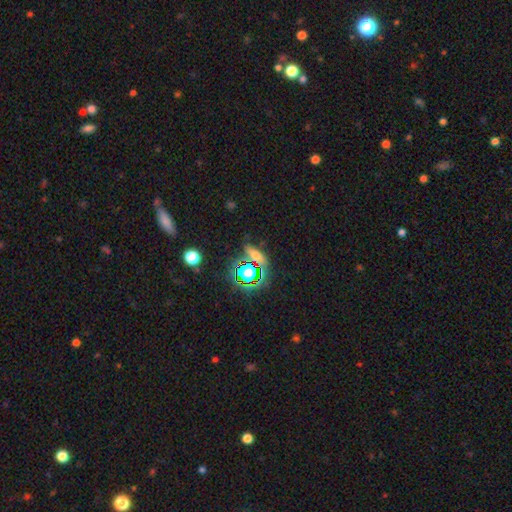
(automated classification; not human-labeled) Overall: smooth (41%, tied with star or artifact). Merging: none (71%).